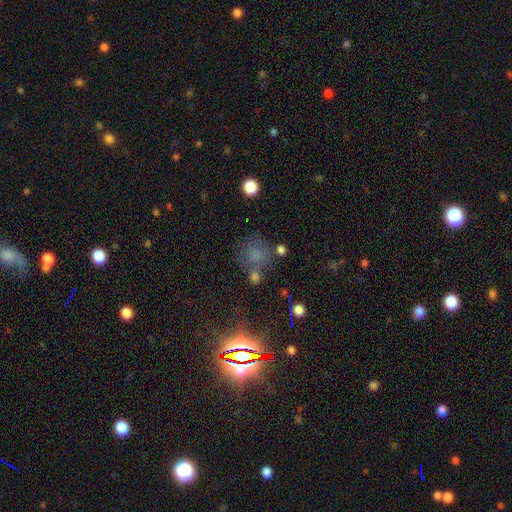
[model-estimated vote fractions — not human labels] A smooth galaxy with no disk features (52%) that is round (79%). Merging: none (58%).